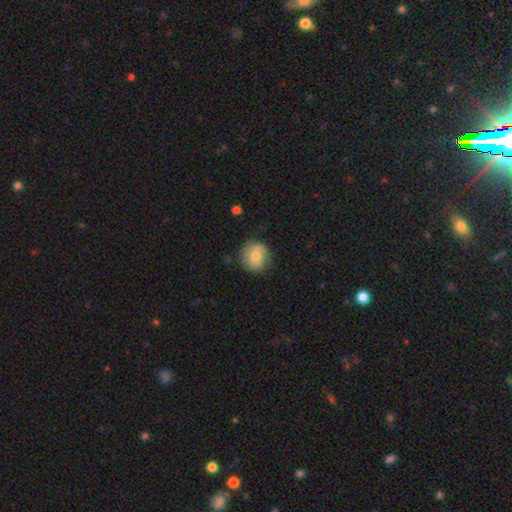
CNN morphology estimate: smooth 70%, featured or disk 23%, star or artifact 8%. Down the decision tree: how rounded — round (85%); merging — none (75%).